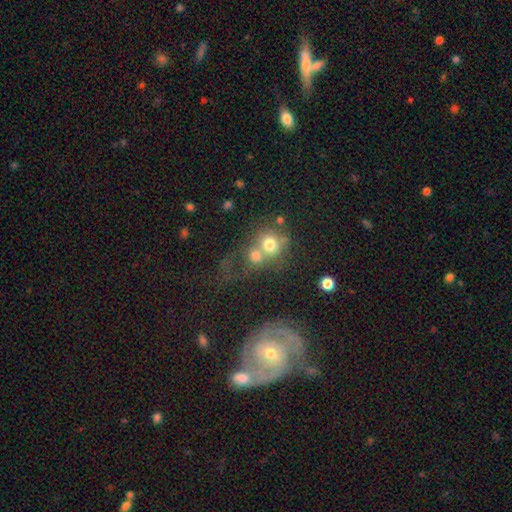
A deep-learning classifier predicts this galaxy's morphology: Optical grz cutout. It shows a smooth galaxy with no disk features (66%) that is round (76%). Merging: merger (57%).